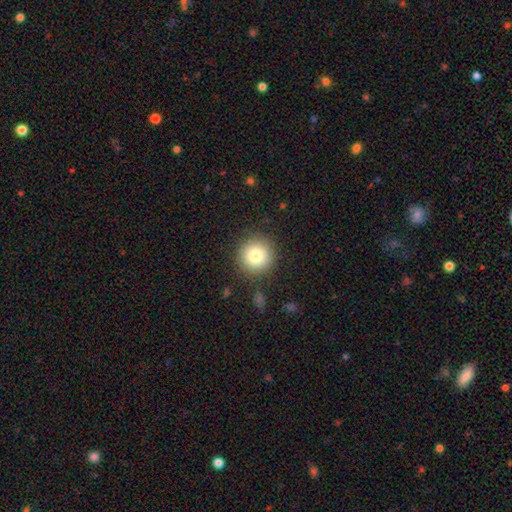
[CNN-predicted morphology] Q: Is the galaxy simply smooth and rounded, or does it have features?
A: smooth — 82%.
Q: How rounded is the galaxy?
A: round — 95%.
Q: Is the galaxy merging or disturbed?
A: none — 87%.